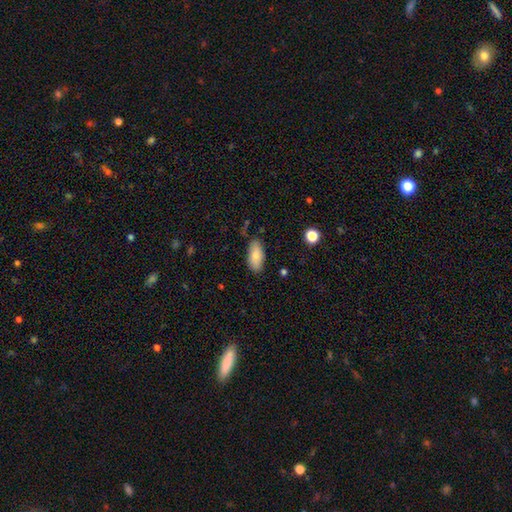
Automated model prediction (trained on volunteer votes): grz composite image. It shows a smooth galaxy with no disk features (85%) that is in between round and cigar-shaped (89%). Merging: none (80%).